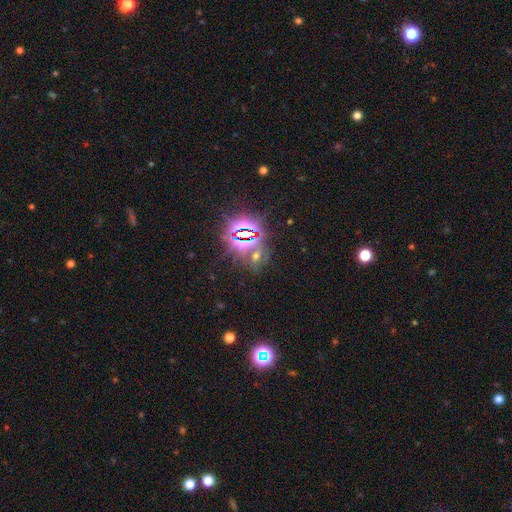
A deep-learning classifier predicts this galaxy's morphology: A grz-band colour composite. It shows a star or artifact, not a galaxy (69%).